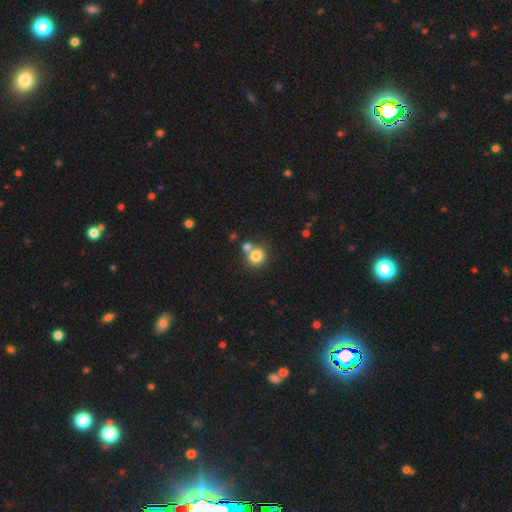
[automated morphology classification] type=smooth (81%); roundness=round (88%); merging=none (61%).